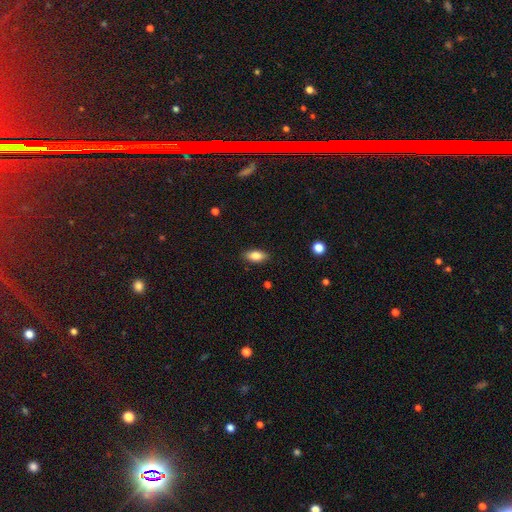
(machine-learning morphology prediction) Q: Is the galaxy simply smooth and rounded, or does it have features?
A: smooth — 83%.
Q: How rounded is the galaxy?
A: in between — 89%.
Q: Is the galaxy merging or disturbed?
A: none — 88%.